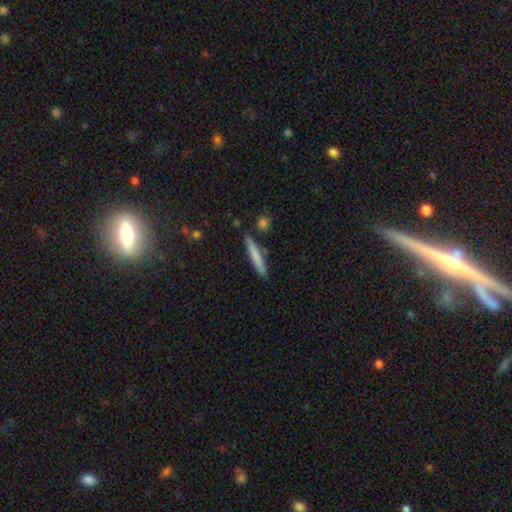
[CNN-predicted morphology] The model was most divided on "smooth or featured": smooth: 74%, featured or disk: 21%, star or artifact: 6%. More confident: how rounded — cigar-shaped (93%); merging — none (84%).